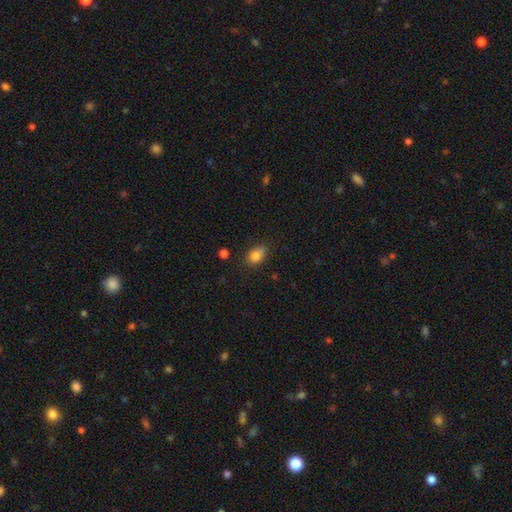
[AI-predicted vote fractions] The model was most divided on "how rounded": in between: 71%, round: 28%, cigar-shaped: 2%. More confident: smooth or featured — smooth (84%); merging — none (70%).